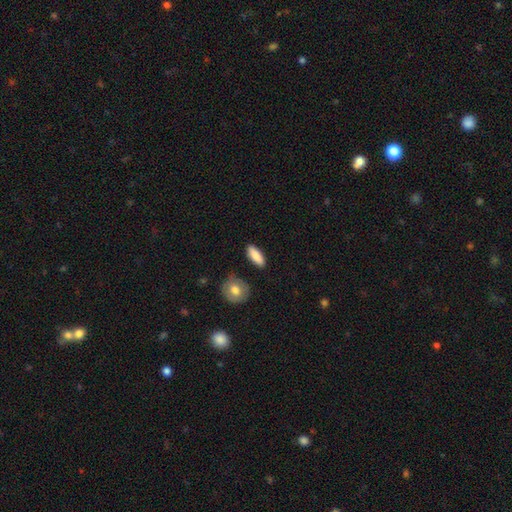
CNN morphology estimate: A smooth galaxy with no disk features (87%) that is in between round and cigar-shaped (68%). Merging: none (85%).